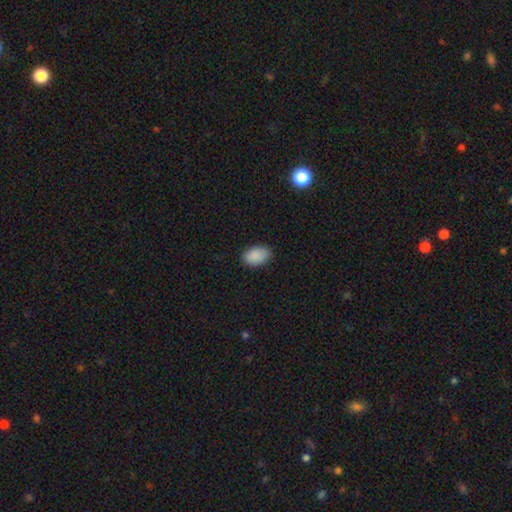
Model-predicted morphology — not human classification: Smooth or featured? smooth (89%)
How rounded? in between (90%)
Merging? none (84%)